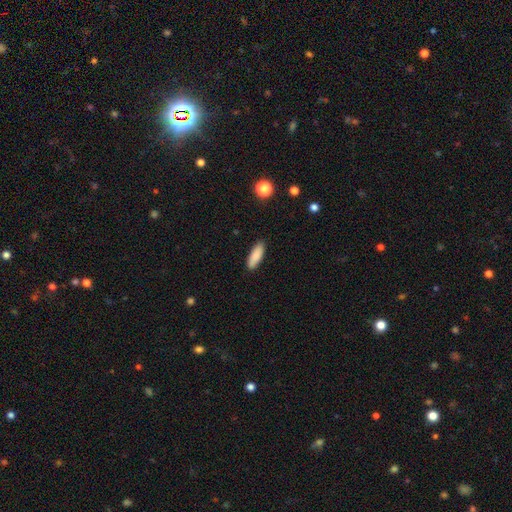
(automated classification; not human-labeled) smooth-or-featured: smooth: 87% | star or artifact: 7% | featured or disk: 6%
  how-rounded: in between: 54% | cigar-shaped: 45% | round: 2%
  merging: none: 87% | minor disturbance: 10% | major disturbance: 2% | merger: 1%